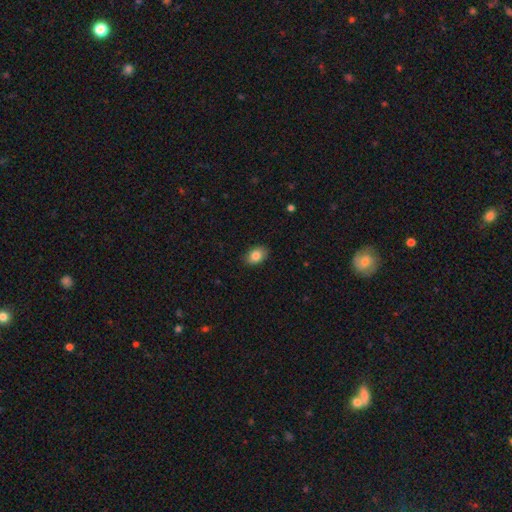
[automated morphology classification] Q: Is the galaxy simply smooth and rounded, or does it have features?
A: smooth — 85%.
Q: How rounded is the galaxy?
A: in between — 85%.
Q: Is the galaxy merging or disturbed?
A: none — 87%.